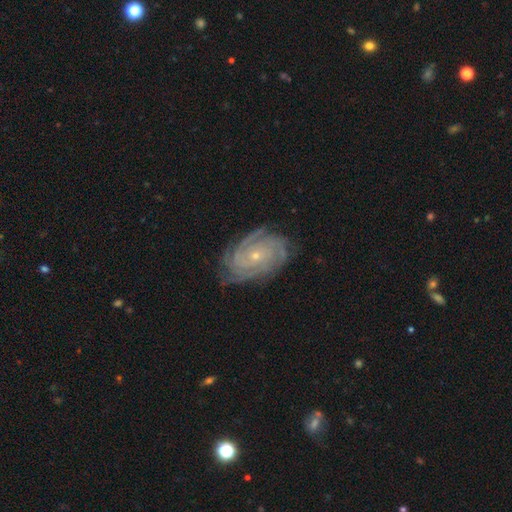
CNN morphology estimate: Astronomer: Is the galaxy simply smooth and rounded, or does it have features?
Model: featured or disk — 87%.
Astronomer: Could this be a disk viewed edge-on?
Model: no — 97%.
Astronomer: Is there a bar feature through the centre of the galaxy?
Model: no — 73%.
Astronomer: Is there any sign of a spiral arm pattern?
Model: yes — 98%.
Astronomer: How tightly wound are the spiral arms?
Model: tight — 75%.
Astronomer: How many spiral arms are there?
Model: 4 — 27% (runner-up: 3, 21%).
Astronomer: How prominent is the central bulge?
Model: small — 74%.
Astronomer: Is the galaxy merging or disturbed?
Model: none — 79%.